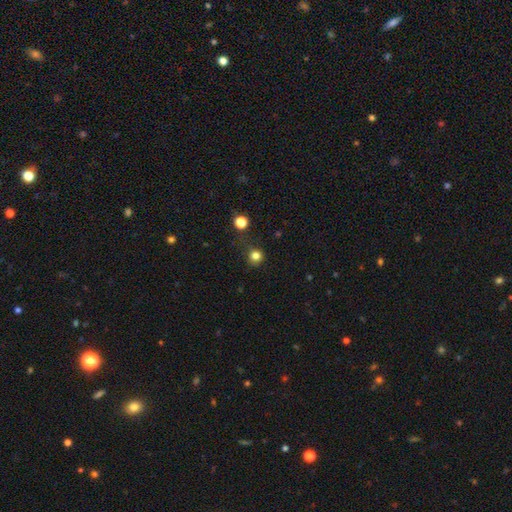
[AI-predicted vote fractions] Overall: smooth (81%). How rounded: round (93%). Merging: none (82%).